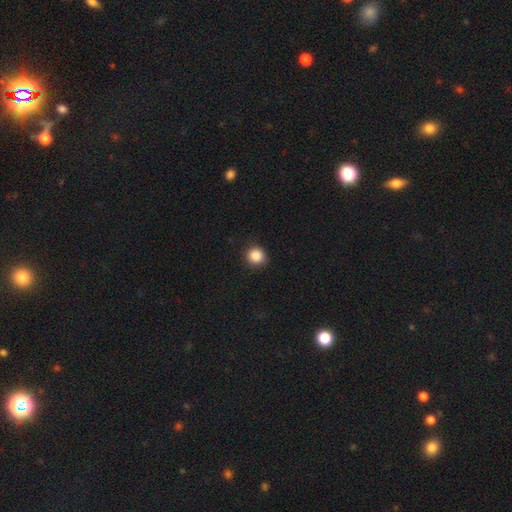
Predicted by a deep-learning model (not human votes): The model was most divided on "smooth or featured": smooth: 88%, star or artifact: 10%, featured or disk: 3%. More confident: how rounded — round (91%); merging — none (89%).